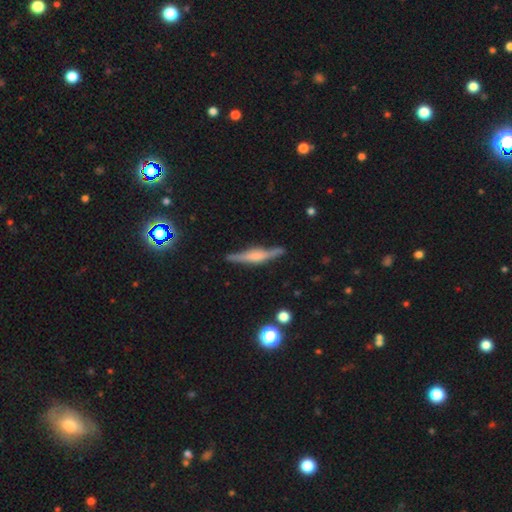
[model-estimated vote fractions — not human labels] Smooth or featured? featured or disk (72%)
Edge-on disk? yes (97%)
Edge-on bulge? rounded (63%)
Merging? none (86%)